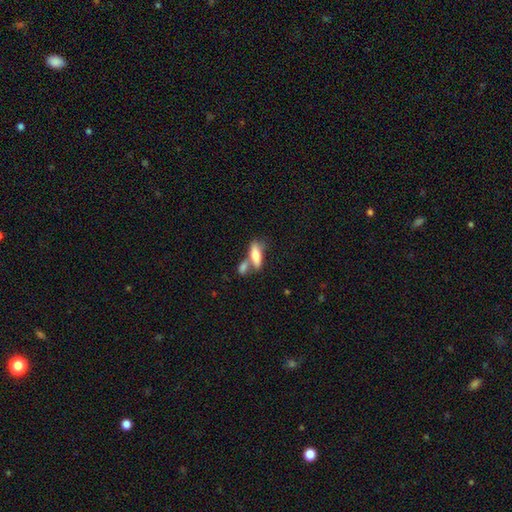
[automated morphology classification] A smooth galaxy with no disk features (69%) that is in between round and cigar-shaped (60%).

Vote fractions:
- Smooth or featured? smooth: 69% / featured or disk: 24% / star or artifact: 7%
- How rounded? in between: 60% / cigar-shaped: 37% / round: 3%
- Merging? merger: 42% / none: 40% / minor disturbance: 13% / major disturbance: 6%